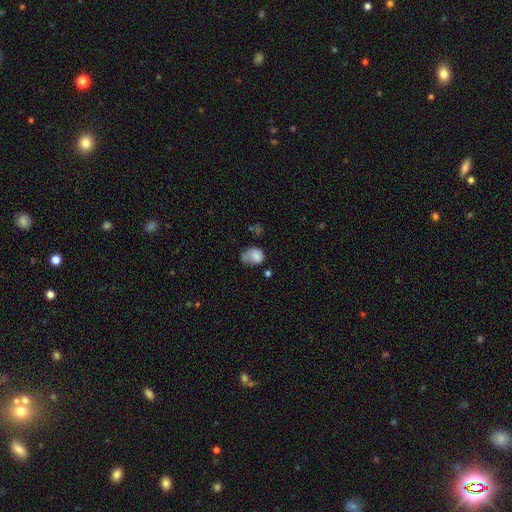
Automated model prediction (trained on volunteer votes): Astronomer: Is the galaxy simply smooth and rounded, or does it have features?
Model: smooth — 78%.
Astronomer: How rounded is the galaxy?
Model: in between — 64%.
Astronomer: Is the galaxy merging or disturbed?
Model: minor disturbance — 38% (runner-up: major disturbance, 28%).